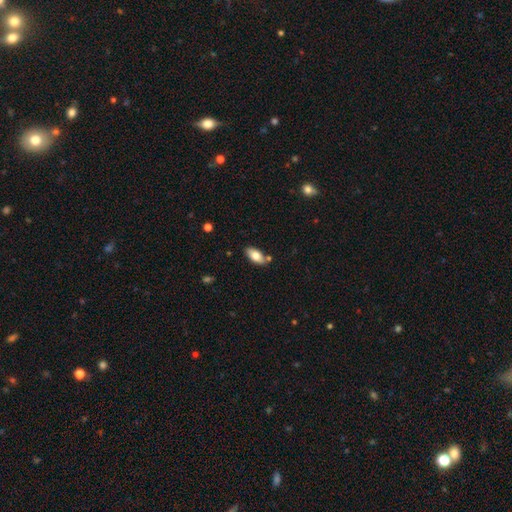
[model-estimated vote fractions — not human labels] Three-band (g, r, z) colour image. It shows a smooth galaxy with no disk features (77%) that is in between round and cigar-shaped (91%). Merging: none (78%).